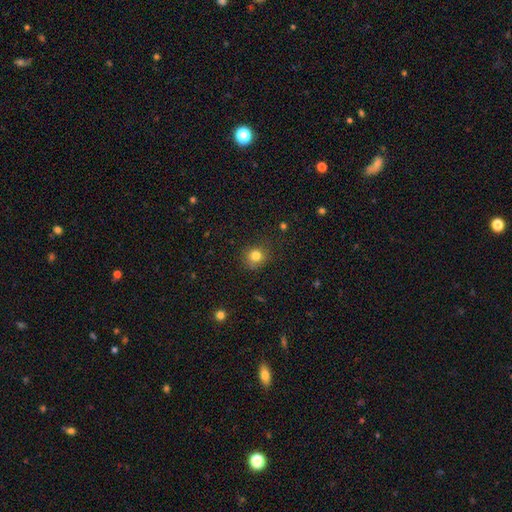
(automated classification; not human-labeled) smooth_or_featured: smooth (p=0.81) [alt: star or artifact p=0.13]
how_rounded: round (p=0.86) [alt: in between p=0.13]
merging: none (p=0.82) [alt: minor disturbance p=0.13]